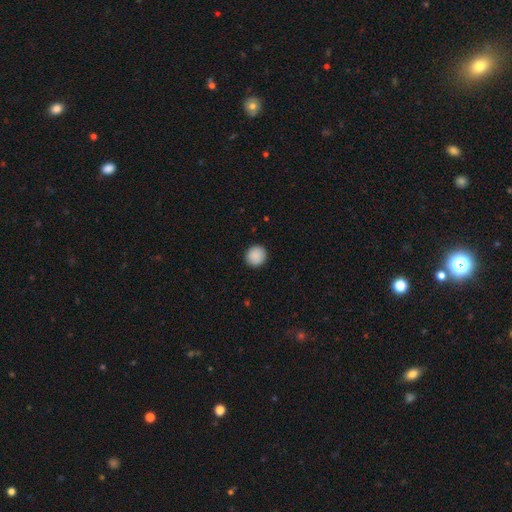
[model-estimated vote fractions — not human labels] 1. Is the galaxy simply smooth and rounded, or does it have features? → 90% smooth, 8% star or artifact, 2% featured or disk.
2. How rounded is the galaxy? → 92% round, 7% in between, 1% cigar-shaped.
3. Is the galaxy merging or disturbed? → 91% none, 6% minor disturbance, 2% major disturbance, 1% merger.